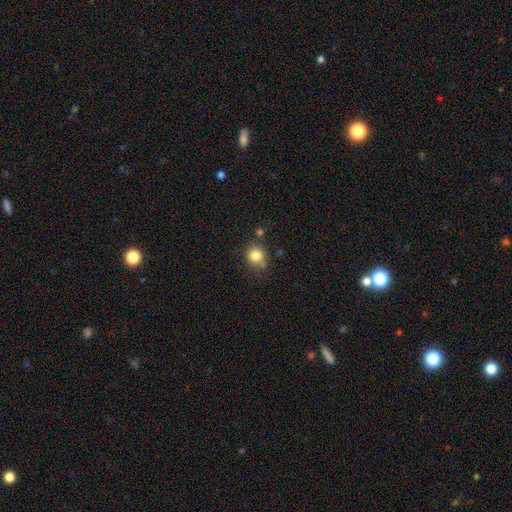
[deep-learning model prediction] Smooth or featured? smooth (82%)
How rounded? round (84%)
Merging? none (69%)